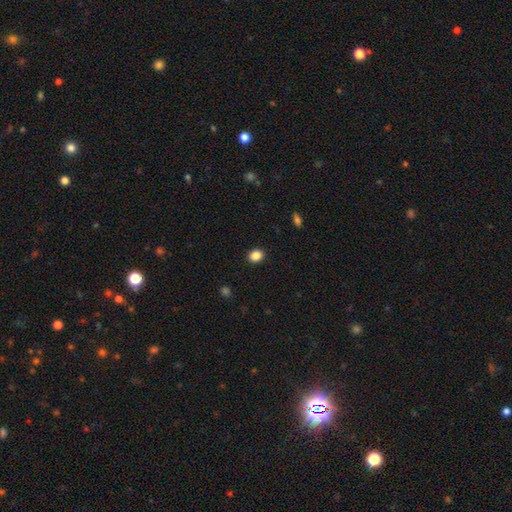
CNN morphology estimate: smooth-or-featured: smooth: 87% | star or artifact: 10% | featured or disk: 3%
  how-rounded: round: 58% | in between: 41% | cigar-shaped: 1%
  merging: none: 91% | minor disturbance: 6% | major disturbance: 2% | merger: 1%